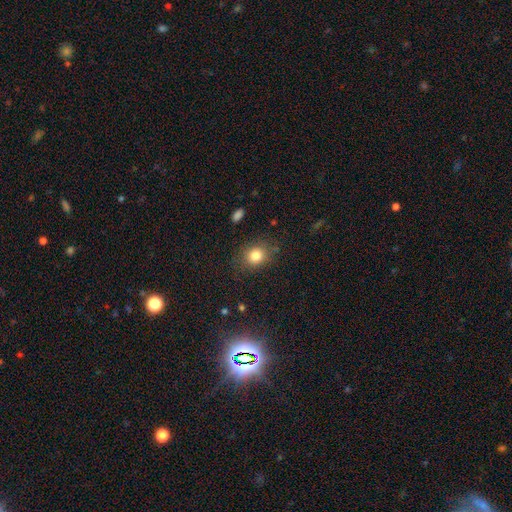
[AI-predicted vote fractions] Smooth or featured: smooth — 81% (star or artifact — 11%)
How rounded: round — 58% (in between — 41%)
Merging: none — 79% (minor disturbance — 14%)